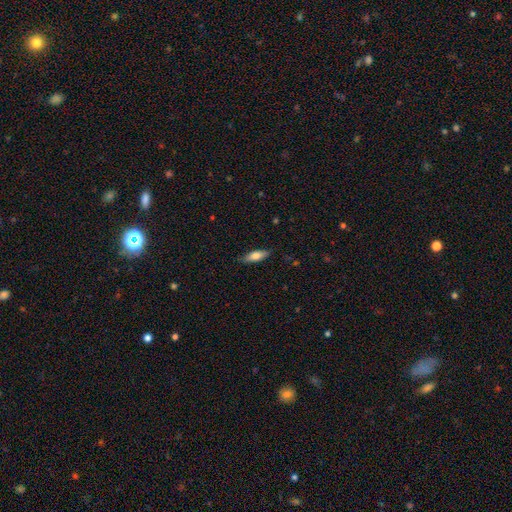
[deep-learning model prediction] Morphology: type=smooth (72%); roundness=in between (57%); merging=none (83%).